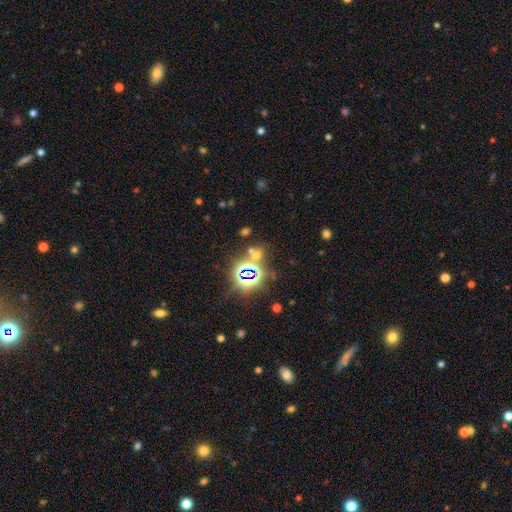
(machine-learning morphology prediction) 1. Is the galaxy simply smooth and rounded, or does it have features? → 62% star or artifact, 29% smooth, 8% featured or disk.